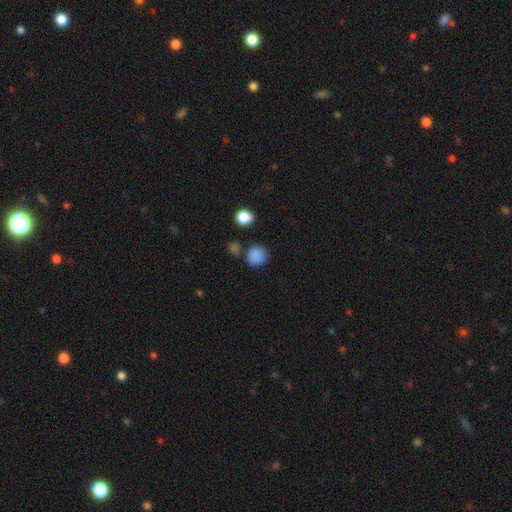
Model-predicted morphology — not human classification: Smooth or featured?
  - smooth: 83% *
  - star or artifact: 12%
  - featured or disk: 4%
How rounded?
  - round: 83% *
  - in between: 16%
  - cigar-shaped: 1%
Merging?
  - none: 74% *
  - minor disturbance: 14%
  - merger: 8%
  - major disturbance: 4%